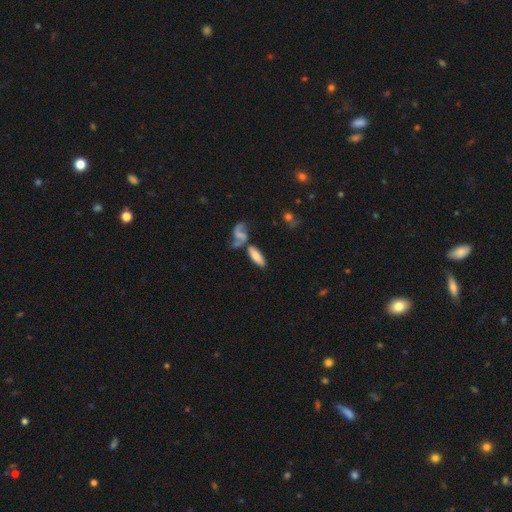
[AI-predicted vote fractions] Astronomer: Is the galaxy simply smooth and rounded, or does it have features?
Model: smooth — 62%.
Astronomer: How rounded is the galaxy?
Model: in between — 68%.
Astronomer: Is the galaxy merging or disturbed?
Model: none — 52%.